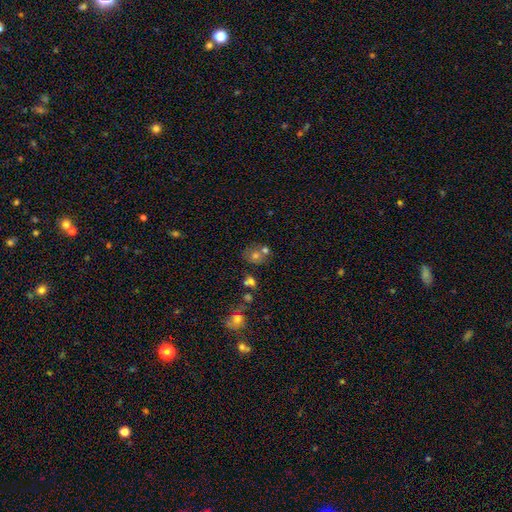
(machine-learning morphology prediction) Smooth or featured? Predicted: smooth (p=0.62). How rounded? Predicted: round (p=0.68). Merging? Predicted: none (p=0.52).